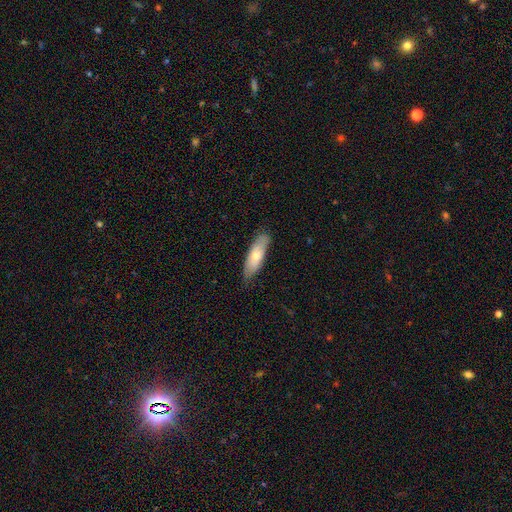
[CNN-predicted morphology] Smooth or featured? smooth (63%)
How rounded? cigar-shaped (49%, tied with in between)
Merging? none (80%)